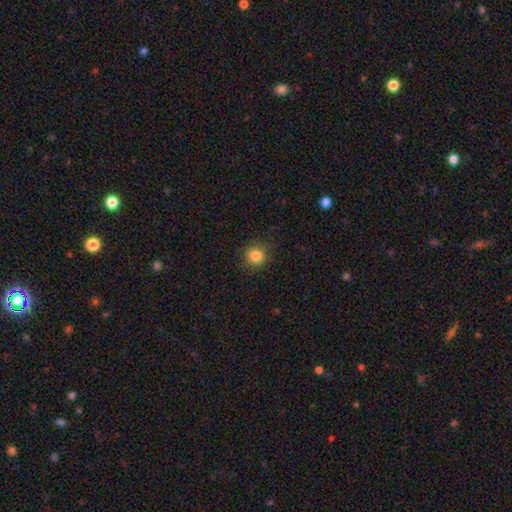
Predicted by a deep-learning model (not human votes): Smooth or featured? smooth (83%)
How rounded? round (92%)
Merging? none (89%)